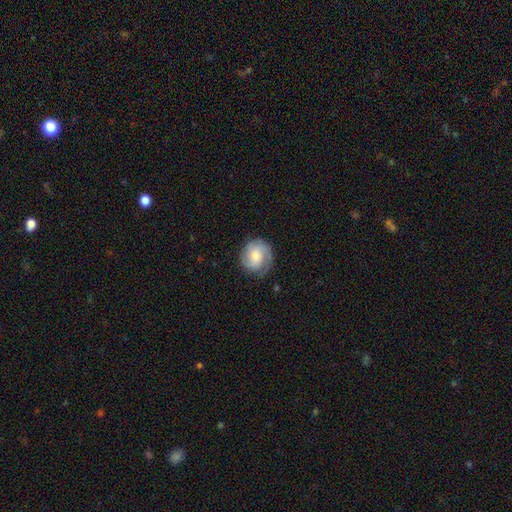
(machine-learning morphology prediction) type=featured or disk (62%); edge-on=no (98%); bar=no (66%); spiral arms=yes (93%); winding=tight (50%); arm count=2 (41%); bulge=moderate (47%); merging=none (72%).